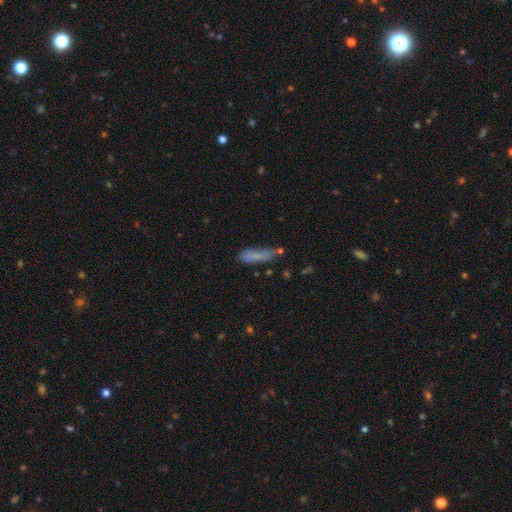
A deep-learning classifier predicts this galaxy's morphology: Smooth or featured?
  - smooth: 72% *
  - featured or disk: 18%
  - star or artifact: 9%
How rounded?
  - cigar-shaped: 59% *
  - in between: 38%
  - round: 2%
Merging?
  - none: 50% *
  - minor disturbance: 27%
  - major disturbance: 12%
  - merger: 10%